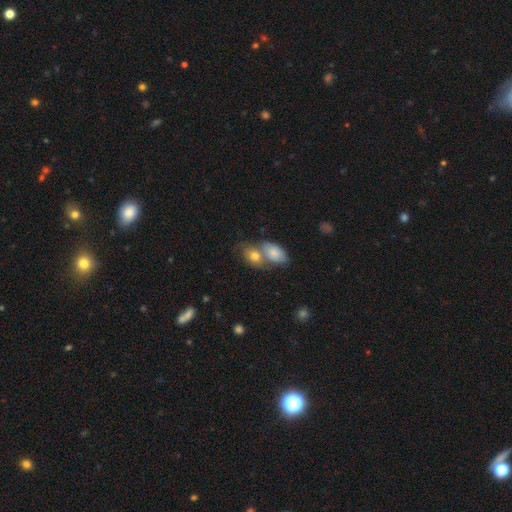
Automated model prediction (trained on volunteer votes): Smooth or featured? smooth (69%)
How rounded? in between (74%)
Merging? merger (51%)